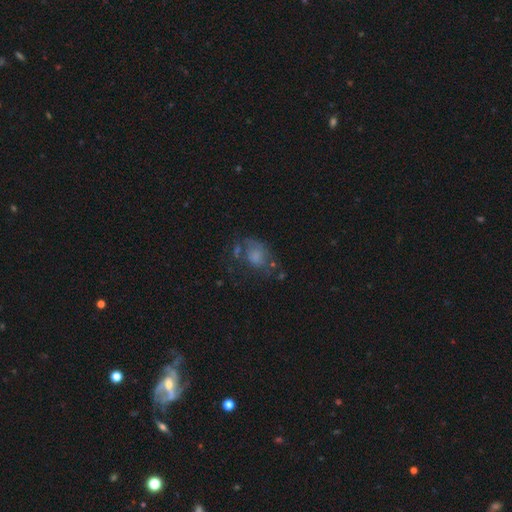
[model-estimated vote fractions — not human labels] Smooth or featured? smooth (51%)
How rounded? in between (72%)
Merging? none (34%)